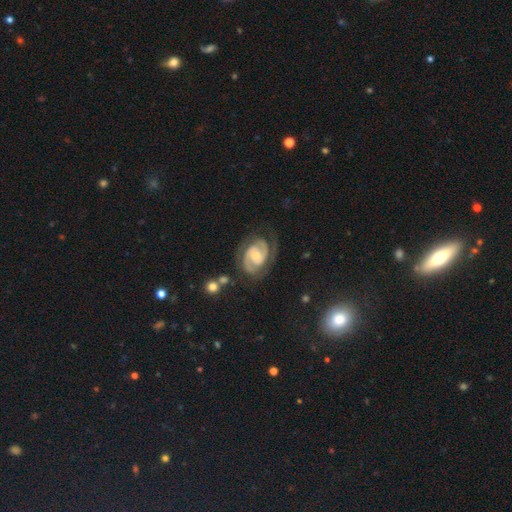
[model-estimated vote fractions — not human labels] The model was most divided on "bulge size": small: 45%, moderate: 44%, none: 5%, large: 5%, dominant: 1%. Remaining: edge-on disk — no (98%); spiral arms — yes (98%); smooth or featured — featured or disk (89%); spiral arm count — 2 (87%); merging — none (72%); spiral winding — tight (58%); bar — no (49%).